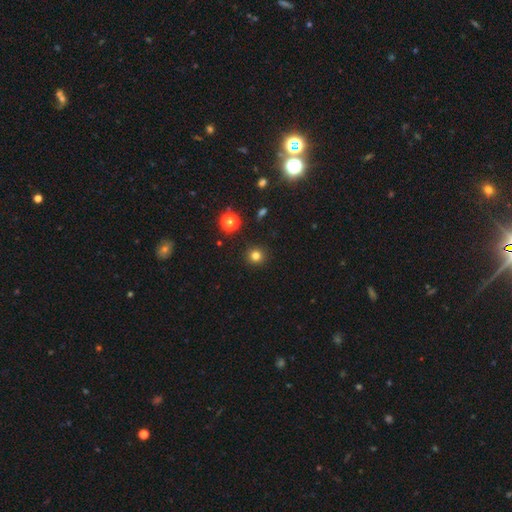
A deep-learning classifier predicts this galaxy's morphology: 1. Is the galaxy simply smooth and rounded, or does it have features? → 79% smooth, 15% star or artifact, 5% featured or disk.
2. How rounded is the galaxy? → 94% round, 5% in between, 1% cigar-shaped.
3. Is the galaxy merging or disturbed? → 92% none, 5% minor disturbance, 2% major disturbance, 1% merger.